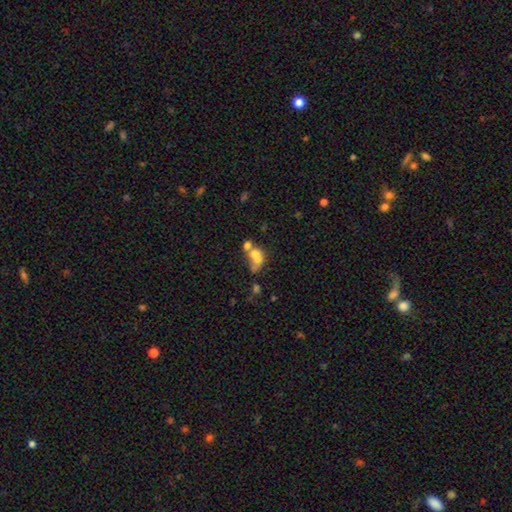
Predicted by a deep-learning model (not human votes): Smooth or featured? smooth (57%)
How rounded? in between (67%)
Merging? merger (62%)